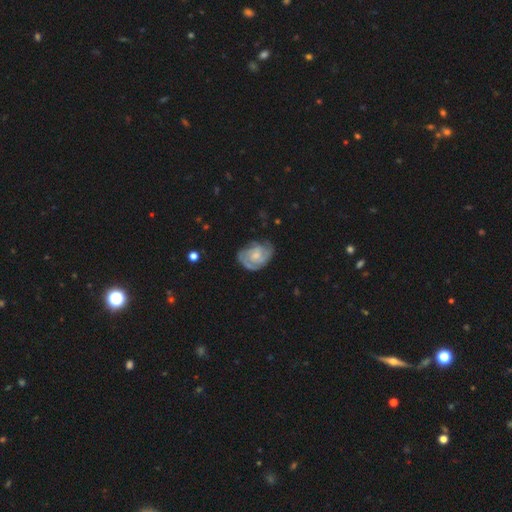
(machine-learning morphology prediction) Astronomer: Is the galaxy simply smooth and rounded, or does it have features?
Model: featured or disk — 79%.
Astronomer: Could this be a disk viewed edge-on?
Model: no — 98%.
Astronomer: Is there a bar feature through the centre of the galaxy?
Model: no — 65%.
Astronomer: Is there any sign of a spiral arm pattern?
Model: yes — 93%.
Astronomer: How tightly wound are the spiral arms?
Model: tight — 58% (runner-up: medium, 34%).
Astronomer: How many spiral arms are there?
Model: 2 — 41% (runner-up: can't tell, 24%).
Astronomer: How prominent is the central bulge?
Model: small — 42% (runner-up: moderate, 37%).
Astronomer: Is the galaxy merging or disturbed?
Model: none — 65%.